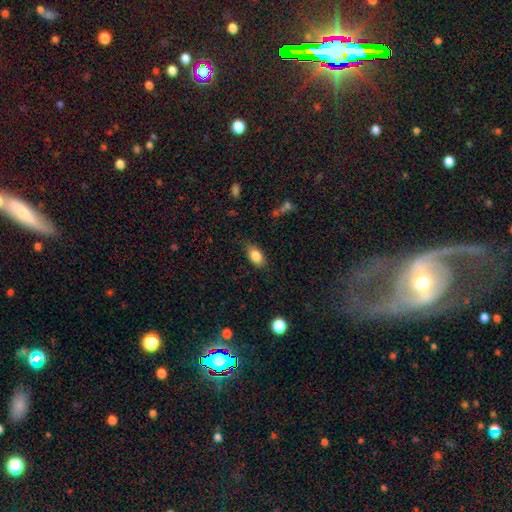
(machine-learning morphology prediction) Overall: smooth (85%). How rounded: in between (89%). Merging: none (77%).